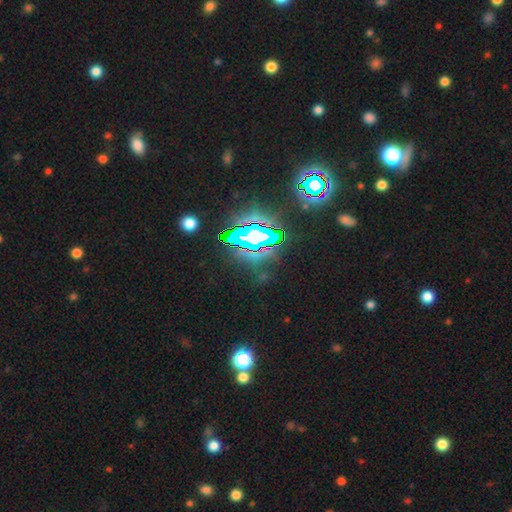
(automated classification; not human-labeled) Smooth or featured?
  - star or artifact: 82% *
  - smooth: 10%
  - featured or disk: 8%